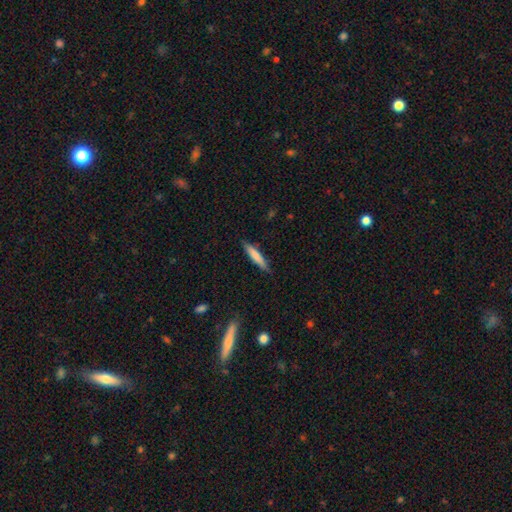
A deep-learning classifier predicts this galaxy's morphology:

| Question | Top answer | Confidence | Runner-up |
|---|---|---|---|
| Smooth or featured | smooth | 75% | featured or disk (19%) |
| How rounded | cigar-shaped | 90% | in between (9%) |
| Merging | none | 86% | minor disturbance (11%) |